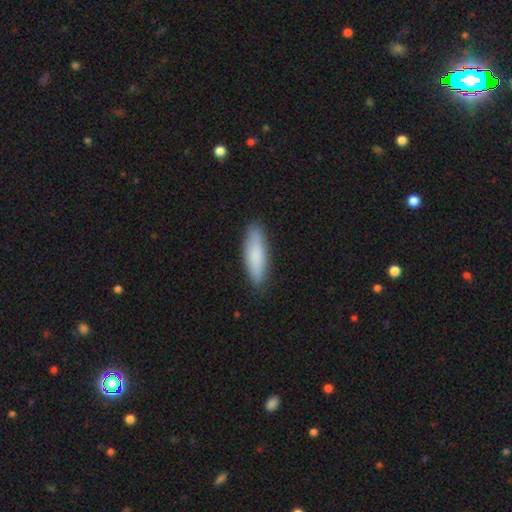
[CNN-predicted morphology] Smooth or featured?
  - smooth: 83% *
  - featured or disk: 11%
  - star or artifact: 6%
How rounded?
  - cigar-shaped: 57% *
  - in between: 41%
  - round: 2%
Merging?
  - none: 87% *
  - minor disturbance: 10%
  - major disturbance: 2%
  - merger: 1%